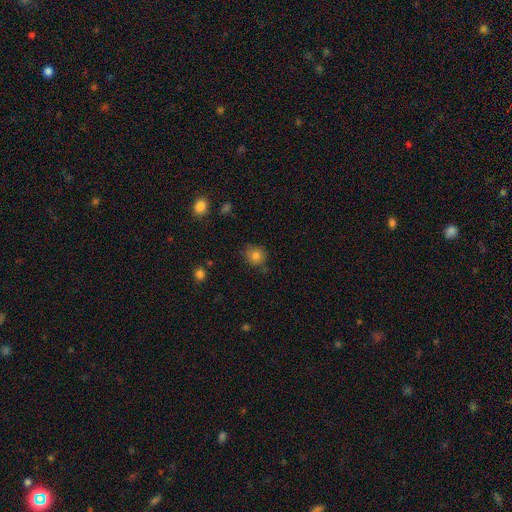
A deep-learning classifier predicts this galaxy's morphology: type=smooth (81%); roundness=round (79%); merging=none (74%).